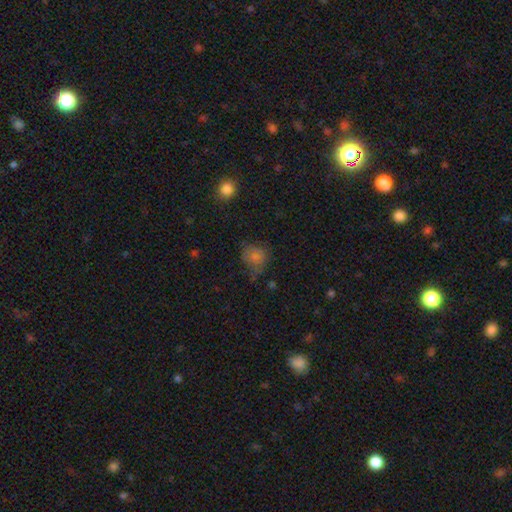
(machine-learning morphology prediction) smooth_or_featured: smooth (p=0.67) [alt: star or artifact p=0.18]
how_rounded: round (p=0.78) [alt: in between p=0.21]
merging: none (p=0.57) [alt: minor disturbance p=0.28]